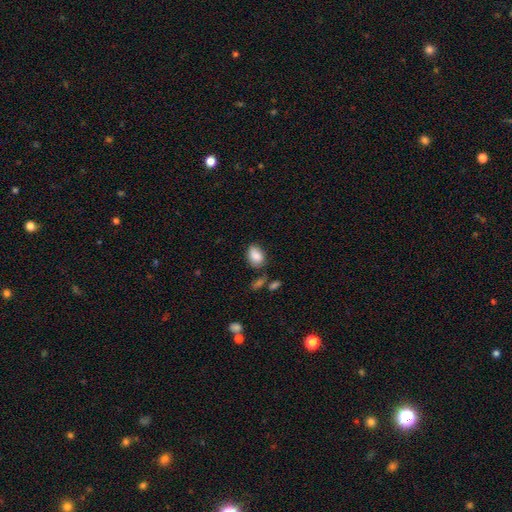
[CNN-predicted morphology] A smooth galaxy with no disk features (87%) that is in between round and cigar-shaped (83%). Merging: none (68%).